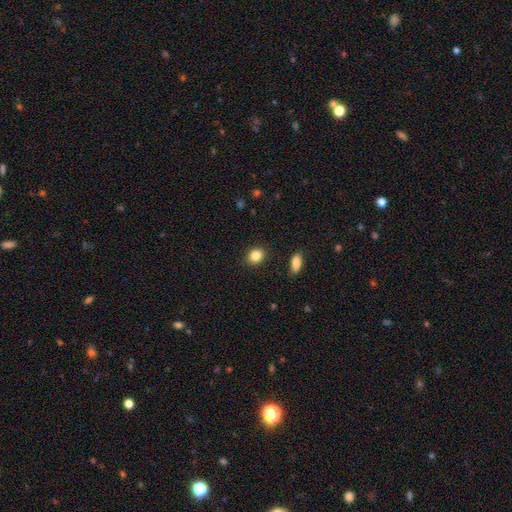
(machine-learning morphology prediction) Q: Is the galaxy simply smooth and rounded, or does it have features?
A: smooth — 85%.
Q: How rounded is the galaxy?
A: round — 57%.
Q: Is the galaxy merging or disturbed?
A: none — 88%.